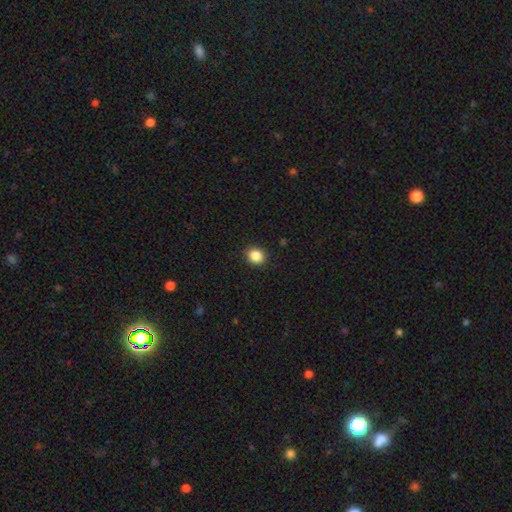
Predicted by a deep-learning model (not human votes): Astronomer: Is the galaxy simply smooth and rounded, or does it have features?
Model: smooth — 86%.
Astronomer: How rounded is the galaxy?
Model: round — 75%.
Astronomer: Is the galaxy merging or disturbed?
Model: none — 91%.